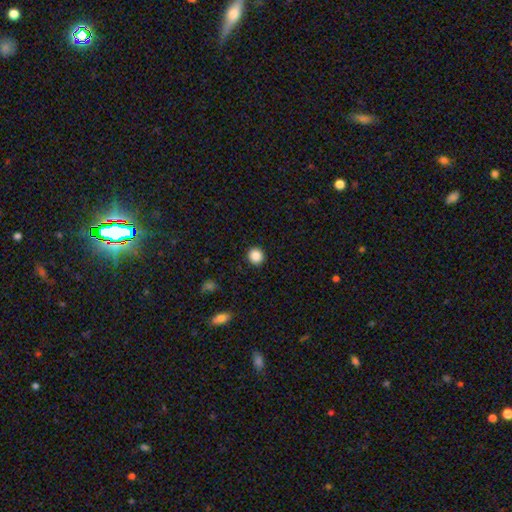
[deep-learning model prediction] A smooth galaxy with no disk features (88%) that is round (90%).

Vote fractions:
- Smooth or featured? smooth: 88% / star or artifact: 10% / featured or disk: 3%
- How rounded? round: 90% / in between: 9% / cigar-shaped: 1%
- Merging? none: 92% / minor disturbance: 5% / major disturbance: 2% / merger: 1%